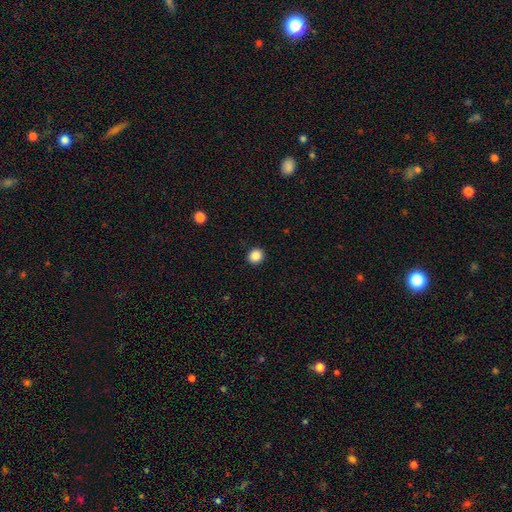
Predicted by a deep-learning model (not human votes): Overall: smooth (87%). How rounded: round (89%). Merging: none (93%).